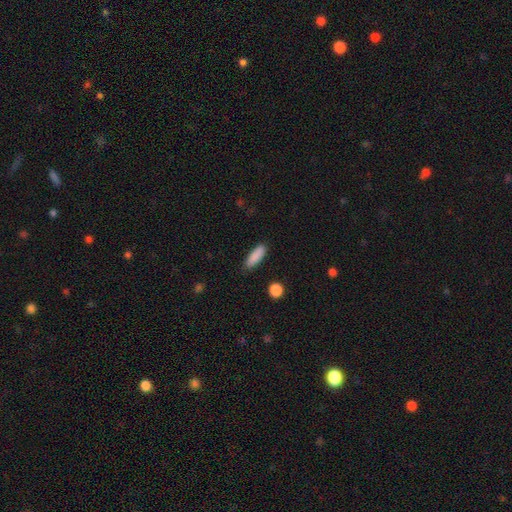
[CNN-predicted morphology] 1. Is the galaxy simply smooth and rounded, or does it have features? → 88% smooth, 7% star or artifact, 5% featured or disk.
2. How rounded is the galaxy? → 50% in between, 48% cigar-shaped, 2% round.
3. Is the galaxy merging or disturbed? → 84% none, 12% minor disturbance, 2% major disturbance, 2% merger.